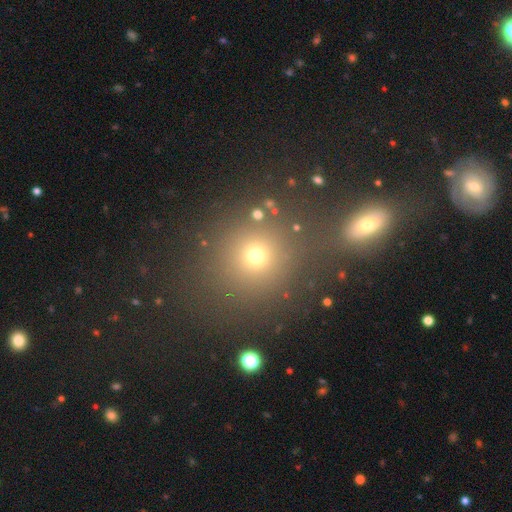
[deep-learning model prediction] Q: Smooth or featured?
A: smooth (66%); runner-up: star or artifact (24%)
Q: How rounded?
A: round (86%); runner-up: in between (13%)
Q: Merging?
A: none (72%); runner-up: merger (15%)